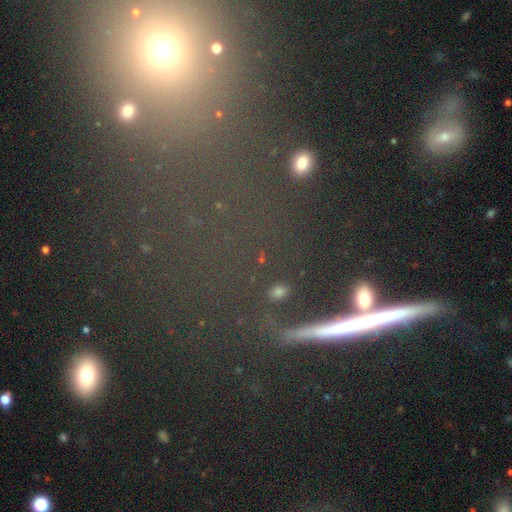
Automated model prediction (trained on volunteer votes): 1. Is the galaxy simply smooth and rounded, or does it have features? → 45% star or artifact, 34% smooth, 21% featured or disk.